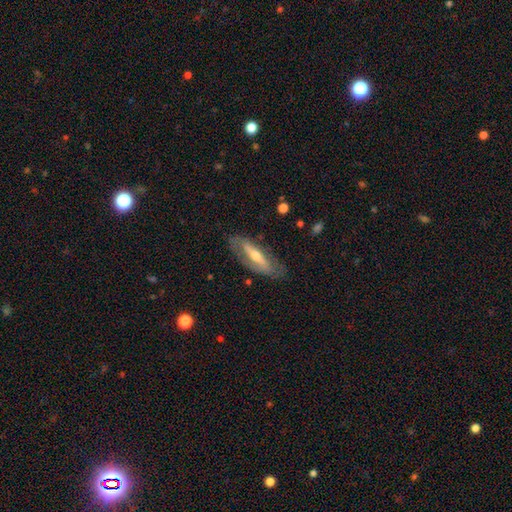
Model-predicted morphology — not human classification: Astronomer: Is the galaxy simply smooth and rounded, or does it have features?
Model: featured or disk — 66%.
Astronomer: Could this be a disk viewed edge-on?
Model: no — 63%.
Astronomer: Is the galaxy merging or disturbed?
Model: none — 75%.